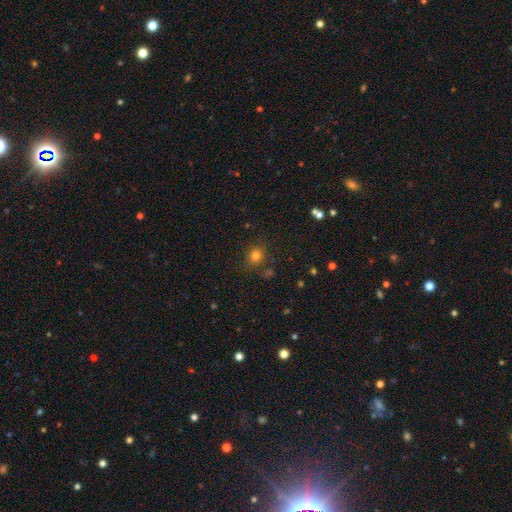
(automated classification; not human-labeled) Smooth or featured?
  - smooth: 78% *
  - star or artifact: 16%
  - featured or disk: 6%
How rounded?
  - round: 76% *
  - in between: 23%
  - cigar-shaped: 1%
Merging?
  - none: 81% *
  - minor disturbance: 11%
  - merger: 4%
  - major disturbance: 3%